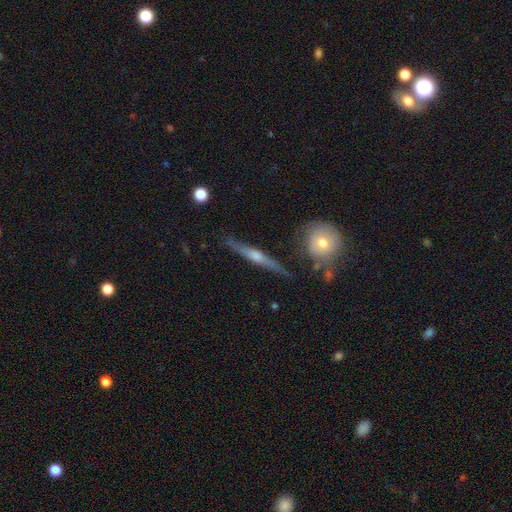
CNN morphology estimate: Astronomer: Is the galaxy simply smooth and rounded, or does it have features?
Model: featured or disk — 77%.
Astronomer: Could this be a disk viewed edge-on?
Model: yes — 97%.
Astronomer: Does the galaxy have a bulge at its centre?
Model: rounded — 82%.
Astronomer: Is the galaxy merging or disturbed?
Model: none — 85%.